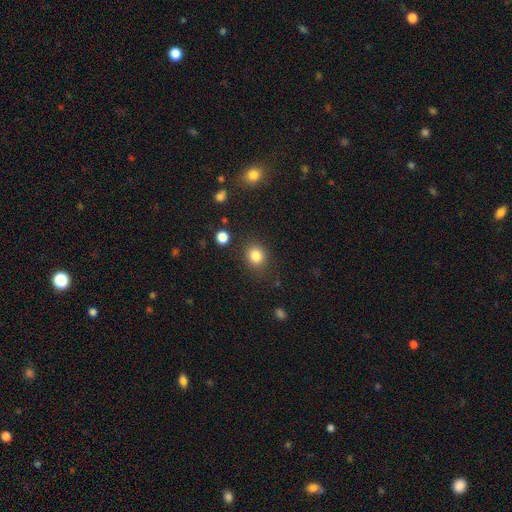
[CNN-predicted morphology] Q: Smooth or featured?
A: smooth (84%); runner-up: star or artifact (11%)
Q: How rounded?
A: round (78%); runner-up: in between (21%)
Q: Merging?
A: none (85%); runner-up: minor disturbance (9%)